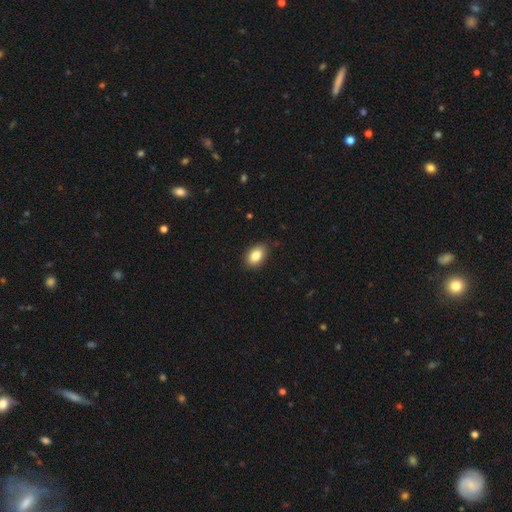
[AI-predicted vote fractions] Q: Smooth or featured?
A: smooth (85%); runner-up: star or artifact (8%)
Q: How rounded?
A: in between (88%); runner-up: round (11%)
Q: Merging?
A: none (86%); runner-up: minor disturbance (11%)